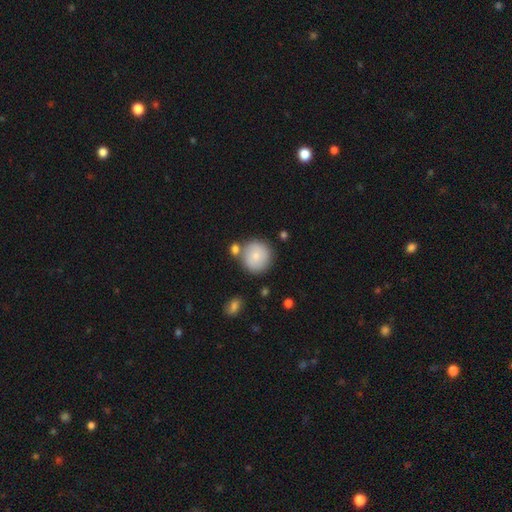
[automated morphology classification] smooth_or_featured: smooth (p=0.80) [alt: featured or disk p=0.13]
how_rounded: round (p=0.93) [alt: in between p=0.06]
merging: none (p=0.73) [alt: merger p=0.12]